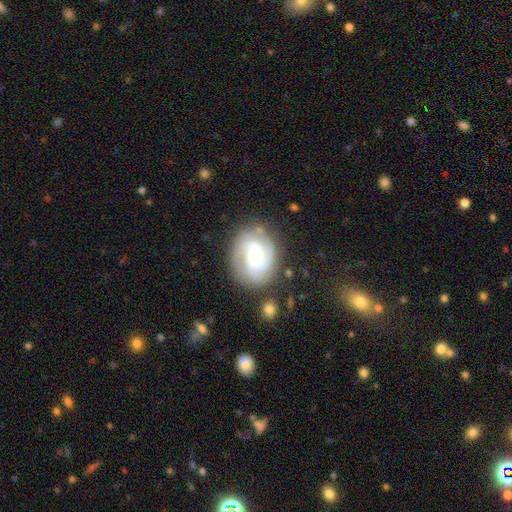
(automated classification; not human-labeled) This is clearly a featured or disk galaxy (84%). It is clearly not viewed edge-on (98%). Bar: possibly no (56%). Spiral arm pattern: clearly yes (97%). Spiral arm count: possibly 3 (46%). Spiral winding: possibly tight (56%). Central bulge: likely moderate (63%). Merging: likely none (78%).